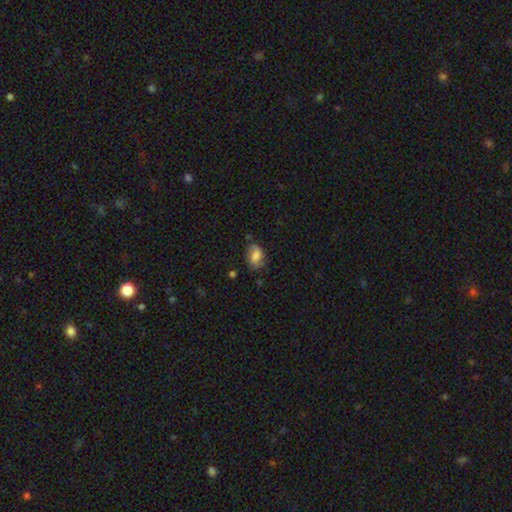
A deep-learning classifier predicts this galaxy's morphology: smooth 63%, featured or disk 28%, star or artifact 9%. Down the decision tree: how rounded — in between (79%); merging — none (63%).